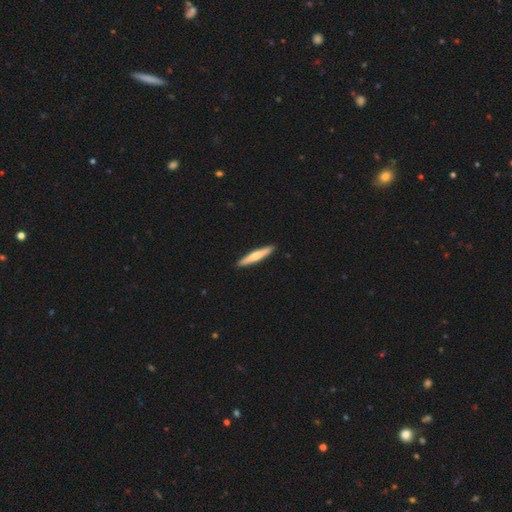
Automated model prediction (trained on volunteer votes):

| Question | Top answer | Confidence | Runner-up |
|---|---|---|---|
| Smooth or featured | smooth | 56% | featured or disk (39%) |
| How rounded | cigar-shaped | 92% | in between (6%) |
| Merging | none | 92% | minor disturbance (5%) |